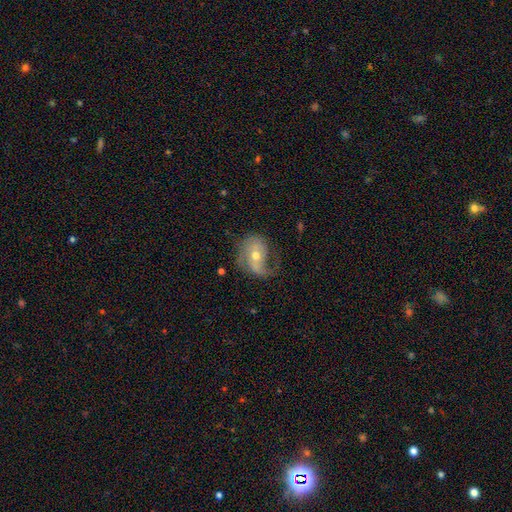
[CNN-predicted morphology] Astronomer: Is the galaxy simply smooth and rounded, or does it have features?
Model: featured or disk — 70%.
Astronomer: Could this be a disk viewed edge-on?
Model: no — 96%.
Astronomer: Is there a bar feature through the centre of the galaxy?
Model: no — 54% (runner-up: weak, 31%).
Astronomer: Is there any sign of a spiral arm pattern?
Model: yes — 86%.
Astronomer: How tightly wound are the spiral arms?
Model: loose — 44% (runner-up: medium, 37%).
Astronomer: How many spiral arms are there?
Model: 2 — 49% (runner-up: 1, 34%).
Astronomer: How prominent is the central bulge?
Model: moderate — 57% (runner-up: small, 39%).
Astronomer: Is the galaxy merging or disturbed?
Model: none — 47% (runner-up: major disturbance, 26%).